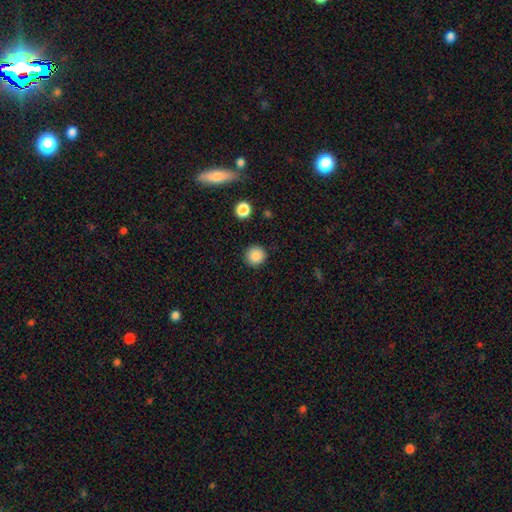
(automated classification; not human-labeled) Q: Smooth or featured?
A: smooth (87%); runner-up: star or artifact (10%)
Q: How rounded?
A: round (95%); runner-up: in between (4%)
Q: Merging?
A: none (91%); runner-up: minor disturbance (6%)